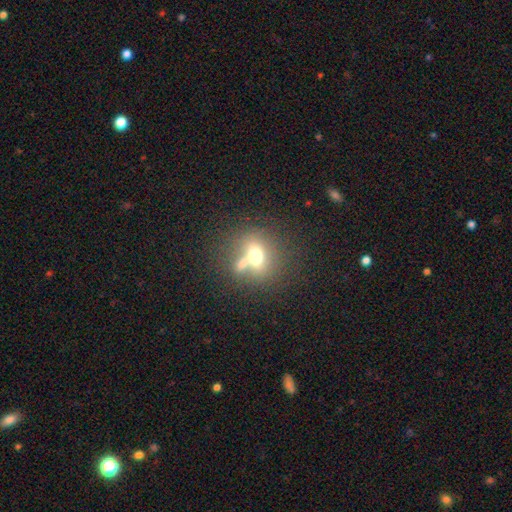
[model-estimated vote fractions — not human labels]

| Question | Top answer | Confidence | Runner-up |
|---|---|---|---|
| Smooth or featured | smooth | 64% | featured or disk (22%) |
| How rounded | round | 55% | in between (43%) |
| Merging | none | 41% | merger (39%) |